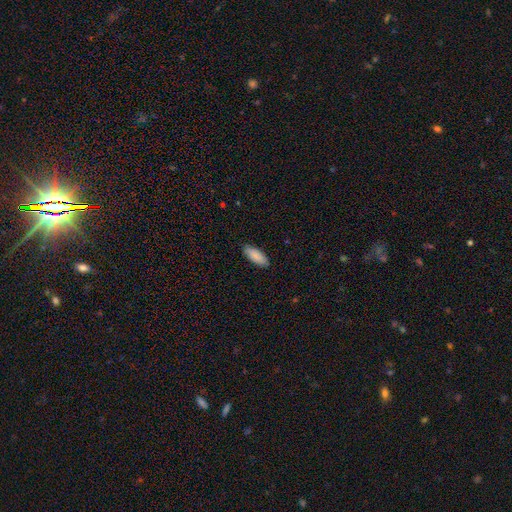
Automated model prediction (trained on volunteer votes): Smooth or featured?
  - smooth: 89% *
  - star or artifact: 5%
  - featured or disk: 5%
How rounded?
  - in between: 78% *
  - cigar-shaped: 21%
  - round: 1%
Merging?
  - none: 87% *
  - minor disturbance: 10%
  - major disturbance: 2%
  - merger: 1%